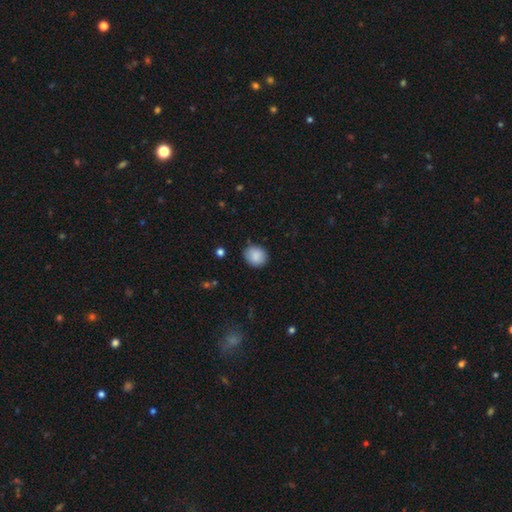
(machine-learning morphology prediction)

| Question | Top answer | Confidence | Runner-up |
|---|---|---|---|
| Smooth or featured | smooth | 87% | star or artifact (8%) |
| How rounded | round | 72% | in between (27%) |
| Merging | none | 83% | minor disturbance (13%) |